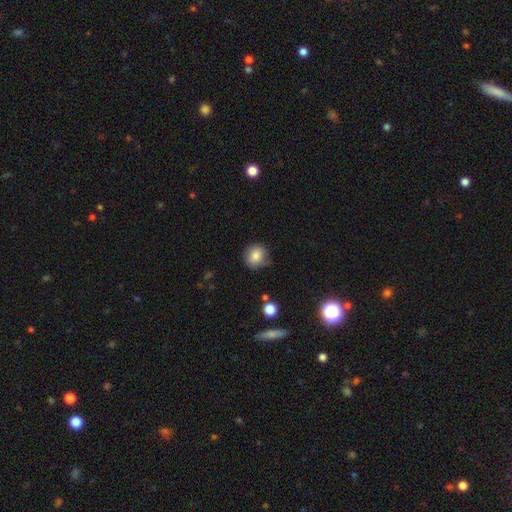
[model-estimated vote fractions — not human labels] Overall: smooth (83%). How rounded: round (83%). Merging: none (74%).